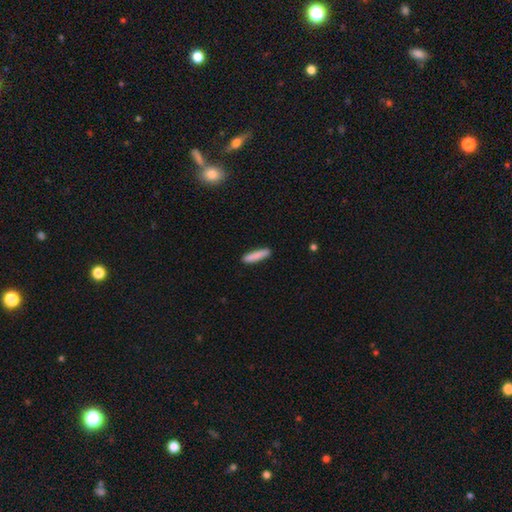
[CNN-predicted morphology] smooth-or-featured: smooth: 86% | featured or disk: 8% | star or artifact: 6%
  how-rounded: cigar-shaped: 86% | in between: 13% | round: 1%
  merging: none: 90% | minor disturbance: 8% | major disturbance: 2% | merger: 1%